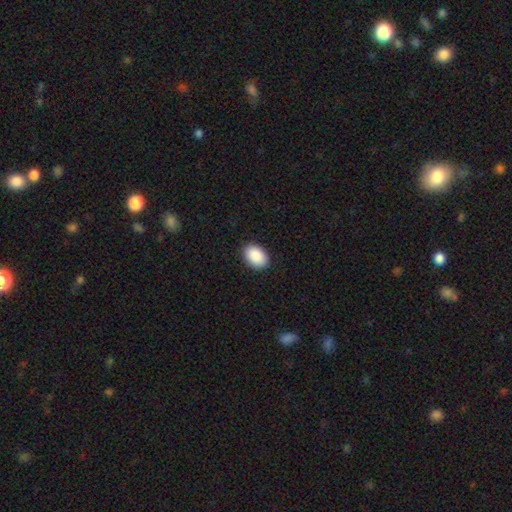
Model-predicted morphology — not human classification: Q: Smooth or featured?
A: smooth (90%); runner-up: star or artifact (7%)
Q: How rounded?
A: in between (83%); runner-up: round (16%)
Q: Merging?
A: none (90%); runner-up: minor disturbance (7%)